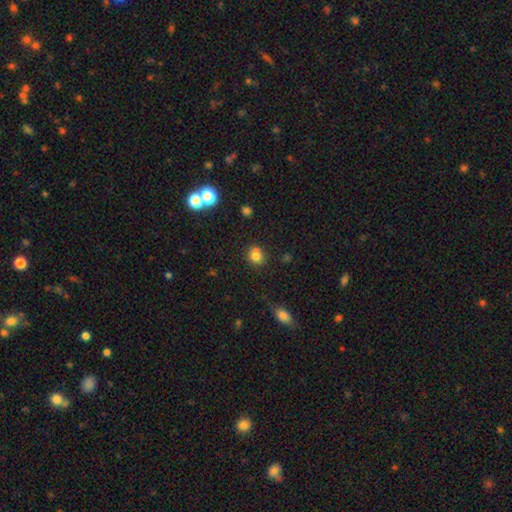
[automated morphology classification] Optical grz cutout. It shows a smooth galaxy with no disk features (75%) that is round (75%). Merging: none (57%).